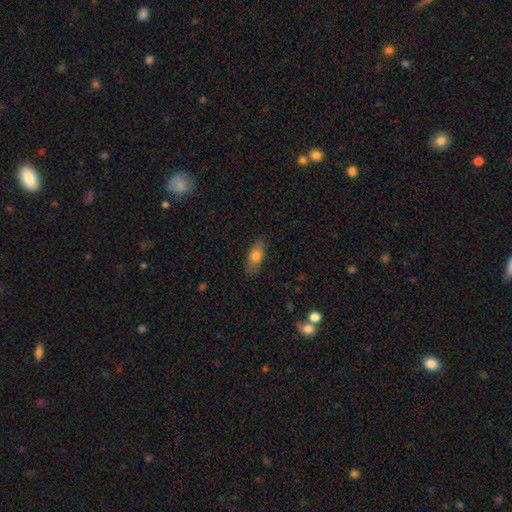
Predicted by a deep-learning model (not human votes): Smooth or featured: smooth — 74% (featured or disk — 18%)
How rounded: in between — 82% (cigar-shaped — 13%)
Merging: none — 82% (minor disturbance — 14%)